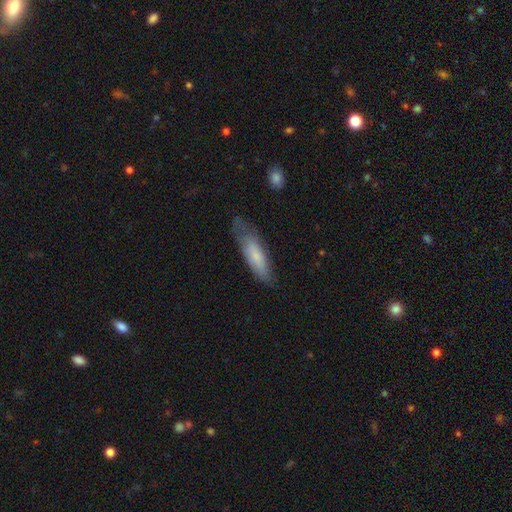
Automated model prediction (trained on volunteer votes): Overall: smooth (70%). How rounded: cigar-shaped (59%; in between 39%). Merging: none (55%; minor disturbance 31%).